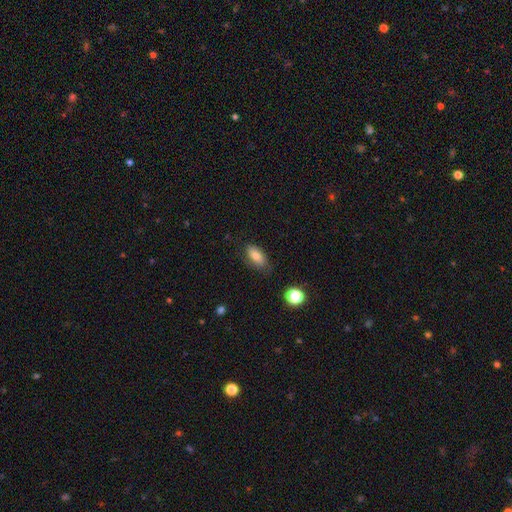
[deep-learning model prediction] Smooth or featured: smooth — 81% (featured or disk — 11%)
How rounded: in between — 86% (cigar-shaped — 10%)
Merging: none — 72% (minor disturbance — 21%)